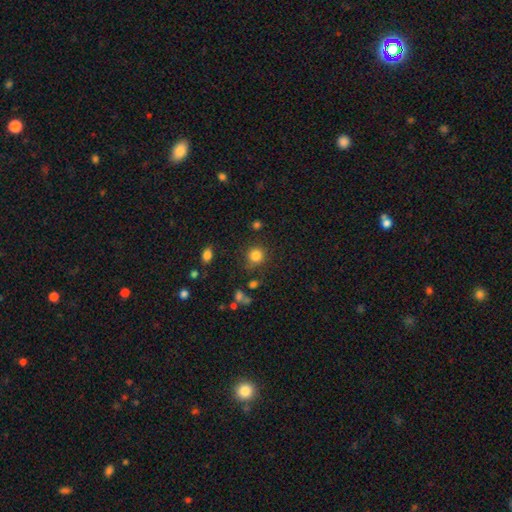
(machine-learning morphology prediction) This is clearly a smooth galaxy (83%). How rounded: clearly round (88%). Merging: likely none (78%).